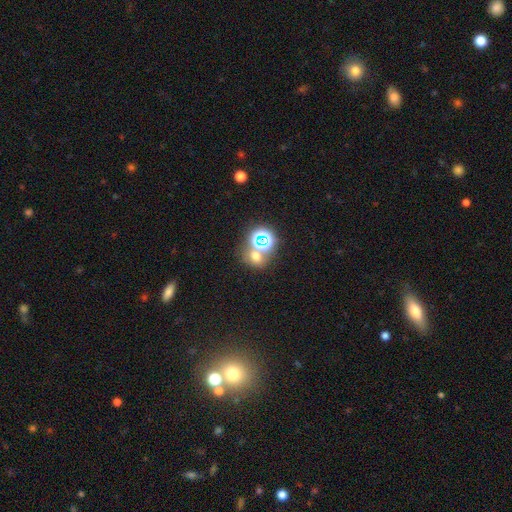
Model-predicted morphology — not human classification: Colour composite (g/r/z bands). It shows a smooth galaxy with no disk features (50%). Merging: none (55%).